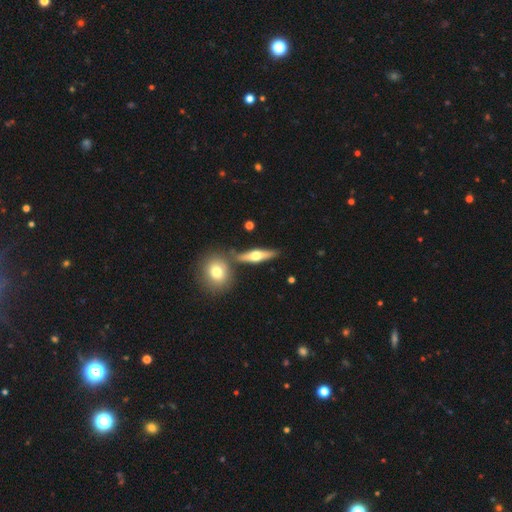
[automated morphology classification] A featured or disk galaxy (55%) viewed edge-on (91%).

Vote fractions:
- Smooth or featured? featured or disk: 55% / smooth: 39% / star or artifact: 6%
- Edge-on disk? yes: 91% / no: 9%
- Merging? none: 77% / merger: 10% / minor disturbance: 10% / major disturbance: 3%